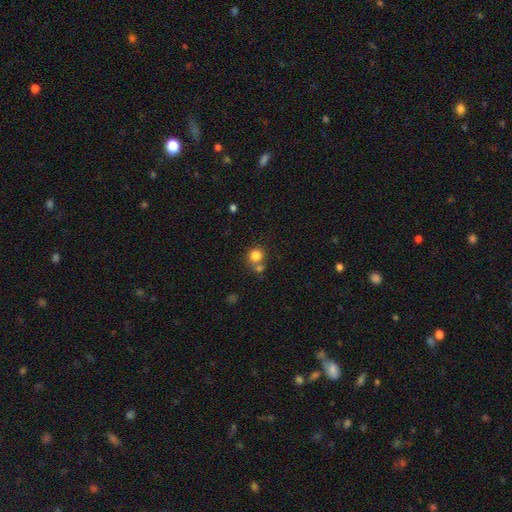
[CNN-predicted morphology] The model was most divided on "merging": none: 55%, merger: 30%, minor disturbance: 10%, major disturbance: 4%. More confident: how rounded — round (85%); smooth or featured — smooth (81%).